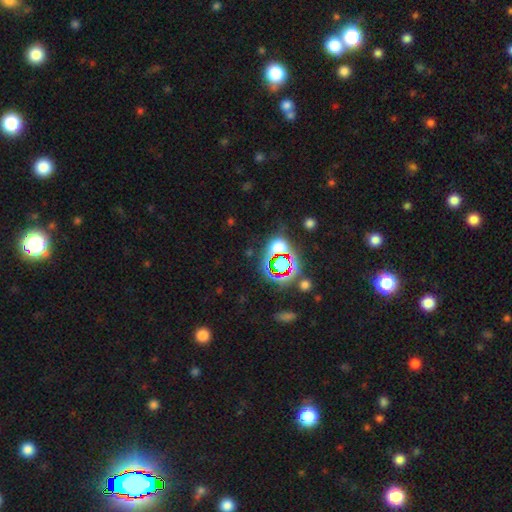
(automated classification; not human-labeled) Smooth or featured: star or artifact — 75% (smooth — 16%)